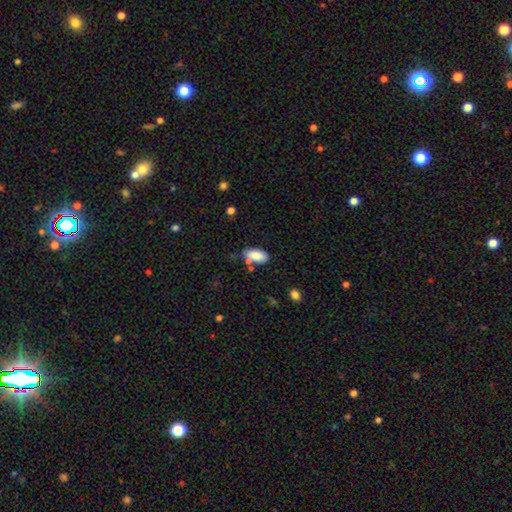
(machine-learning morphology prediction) smooth-or-featured: smooth: 85% | featured or disk: 7% | star or artifact: 7%
  how-rounded: in between: 91% | cigar-shaped: 7% | round: 2%
  merging: none: 63% | minor disturbance: 20% | merger: 12% | major disturbance: 5%